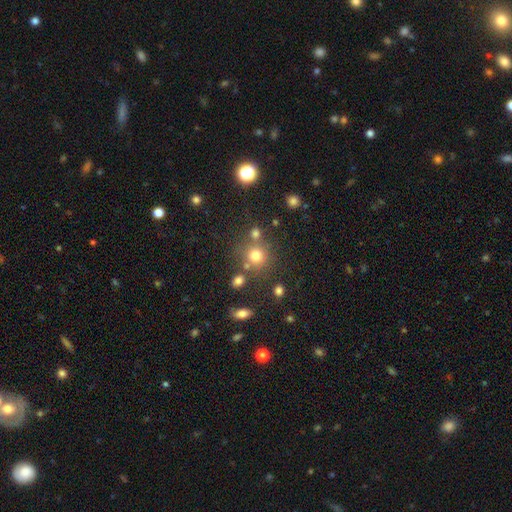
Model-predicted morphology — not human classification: A smooth galaxy with no disk features (74%) that is round (88%). Merging: none (68%).